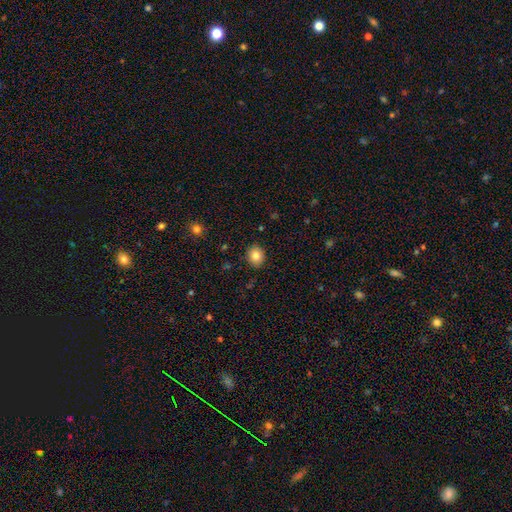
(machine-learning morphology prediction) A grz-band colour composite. It shows a smooth galaxy with no disk features (84%) that is round (66%). Merging: none (89%).